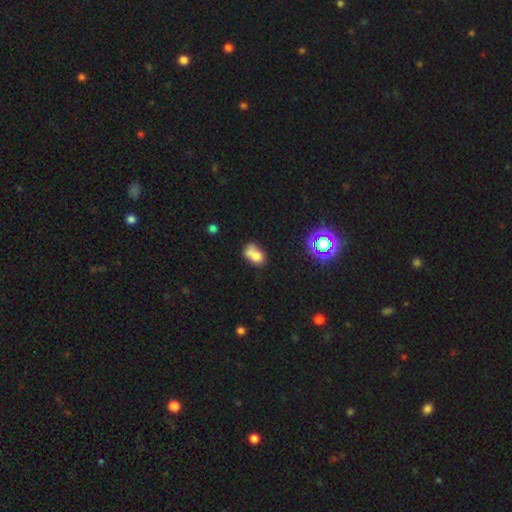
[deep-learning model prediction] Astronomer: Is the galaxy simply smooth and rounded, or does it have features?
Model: smooth — 69%.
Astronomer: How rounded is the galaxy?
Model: in between — 67%.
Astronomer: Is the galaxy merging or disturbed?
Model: merger — 41% (runner-up: none, 31%).